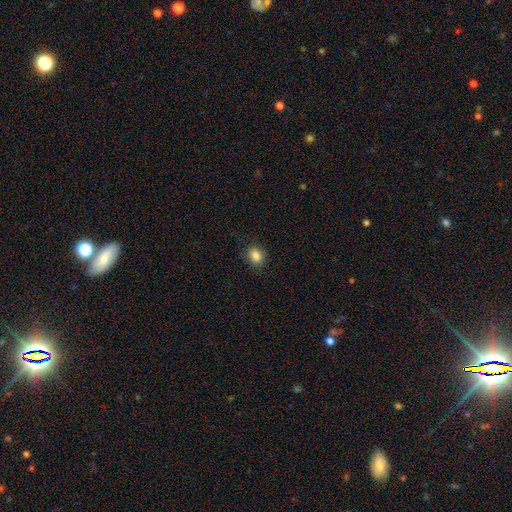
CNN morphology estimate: Smooth or featured? smooth (85%)
How rounded? round (55%)
Merging? none (85%)